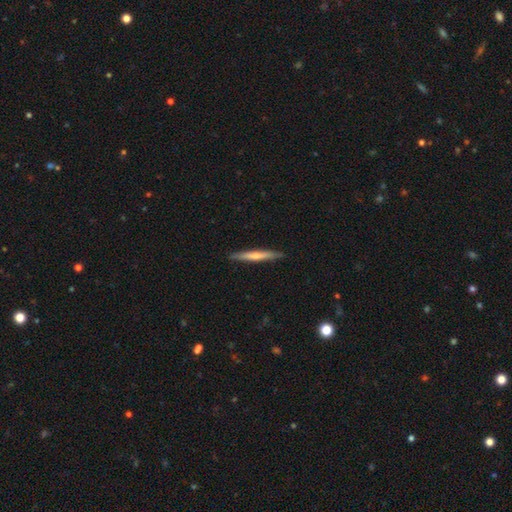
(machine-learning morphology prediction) Smooth or featured? smooth (53%)
How rounded? cigar-shaped (96%)
Merging? none (89%)